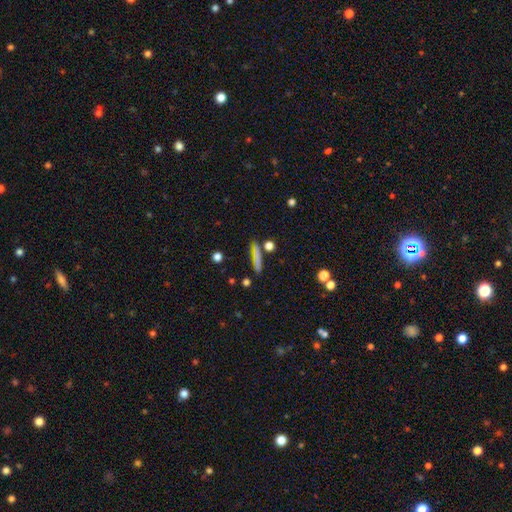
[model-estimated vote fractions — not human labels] This appears to be a smooth galaxy with no disk features (70%) that is cigar-shaped (89%). Merging: none (82%).